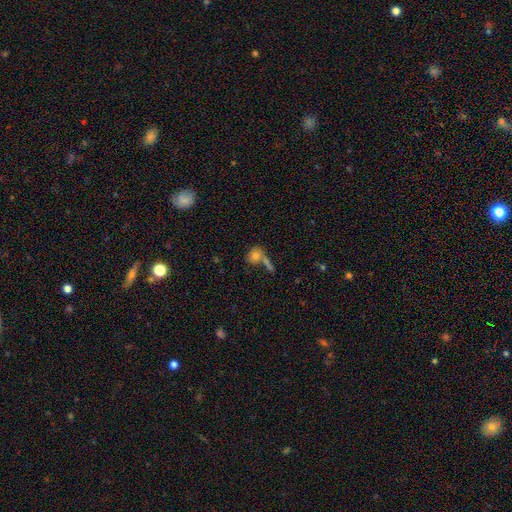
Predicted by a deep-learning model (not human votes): smooth 74%, featured or disk 15%, star or artifact 10%. Down the decision tree: how rounded — round (52%); merging — none (46%).